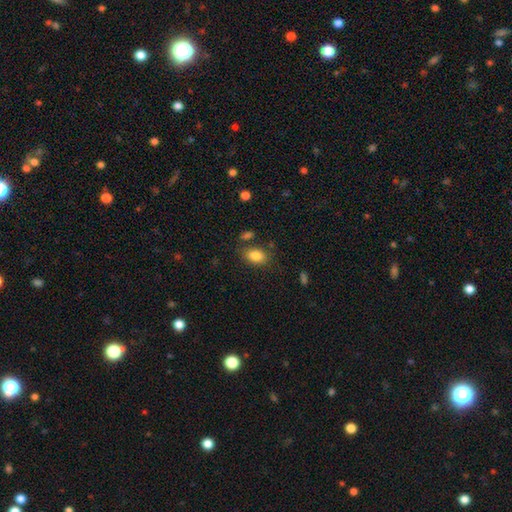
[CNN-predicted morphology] Smooth or featured: smooth — 85% (star or artifact — 9%)
How rounded: in between — 83% (round — 16%)
Merging: none — 75% (minor disturbance — 14%)